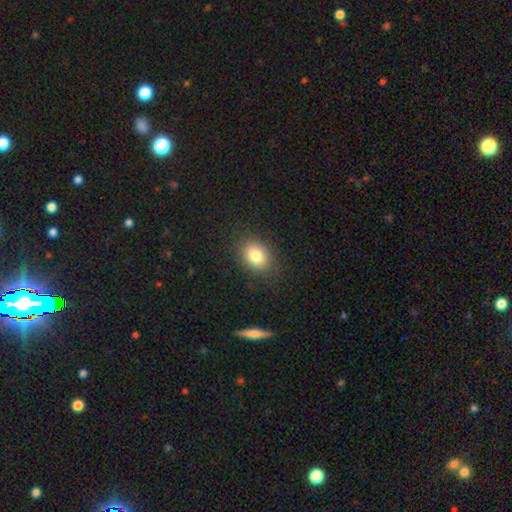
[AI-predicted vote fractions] Smooth or featured? smooth (81%)
How rounded? in between (60%)
Merging? none (85%)